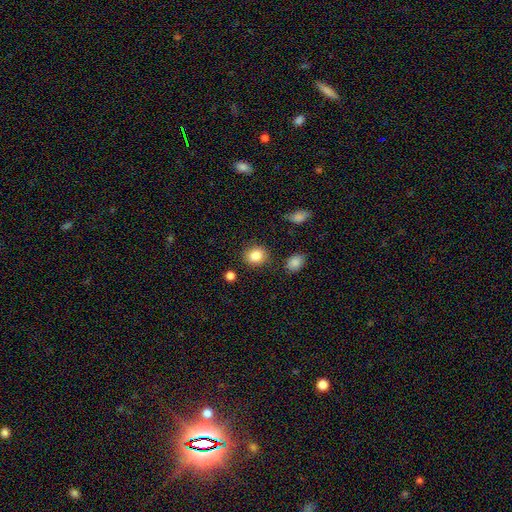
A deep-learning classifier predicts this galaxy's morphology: Smooth or featured? Predicted: smooth (p=0.86). How rounded? Predicted: round (p=0.74). Merging? Predicted: none (p=0.84).